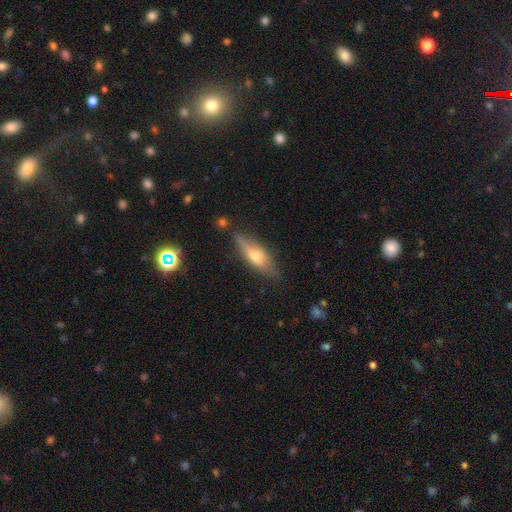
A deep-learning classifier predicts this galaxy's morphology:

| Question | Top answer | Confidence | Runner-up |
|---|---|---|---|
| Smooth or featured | featured or disk | 57% | smooth (36%) |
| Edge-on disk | yes | 88% | no (12%) |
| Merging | none | 76% | minor disturbance (17%) |